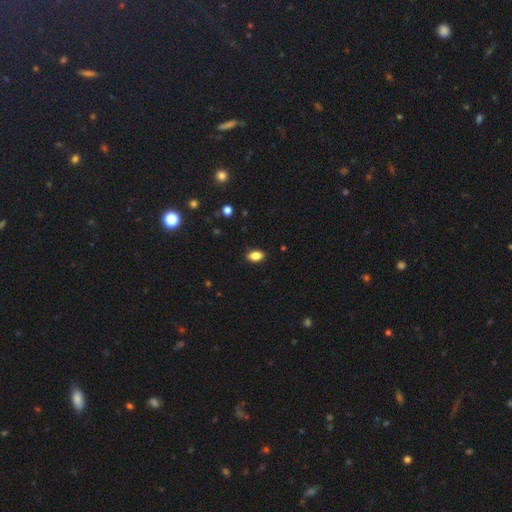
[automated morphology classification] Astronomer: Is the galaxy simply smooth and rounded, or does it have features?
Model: smooth — 85%.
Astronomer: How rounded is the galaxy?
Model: in between — 89%.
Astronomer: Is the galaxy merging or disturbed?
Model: none — 88%.